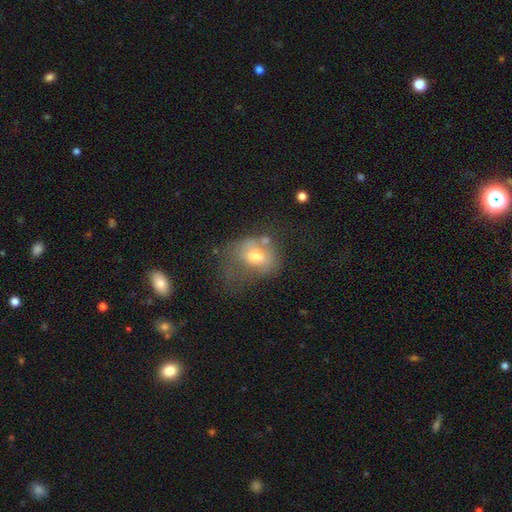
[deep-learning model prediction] This appears to be a smooth galaxy with no disk features (63%) that is in between round and cigar-shaped (56%). Merging: major disturbance (37%).